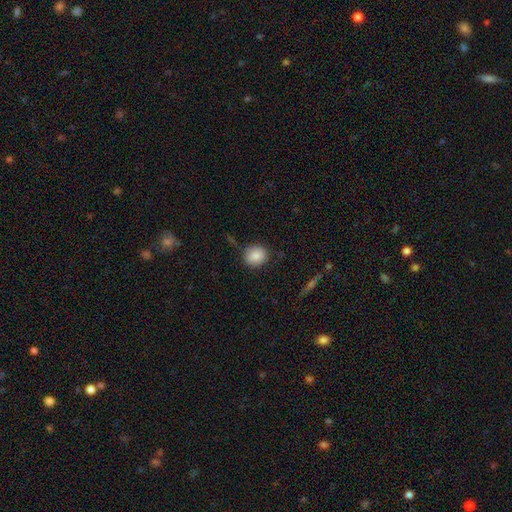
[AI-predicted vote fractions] A smooth galaxy with no disk features (85%) that is round (81%). Merging: none (81%).